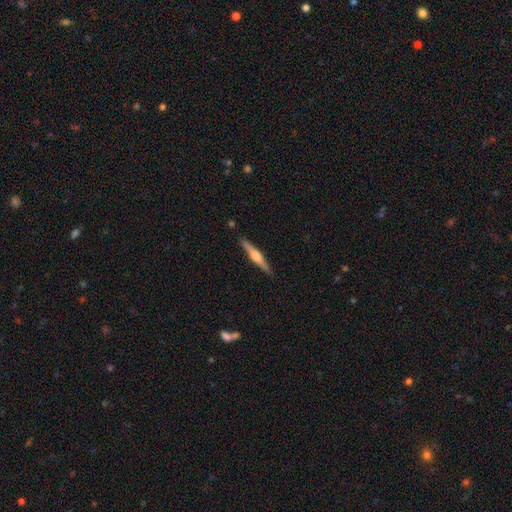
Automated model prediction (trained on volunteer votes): This appears to be a featured or disk galaxy (68%) viewed edge-on (98%) with a rounded central bulge (80%). Merging: none (90%).